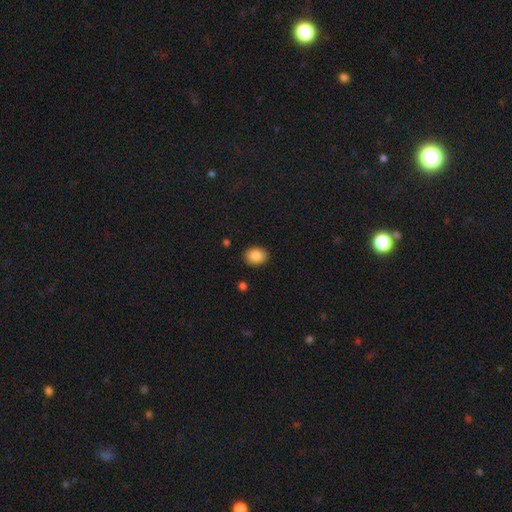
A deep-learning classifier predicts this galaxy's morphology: Q: Smooth or featured?
A: smooth (86%); runner-up: star or artifact (8%)
Q: How rounded?
A: in between (61%); runner-up: round (38%)
Q: Merging?
A: none (89%); runner-up: minor disturbance (8%)